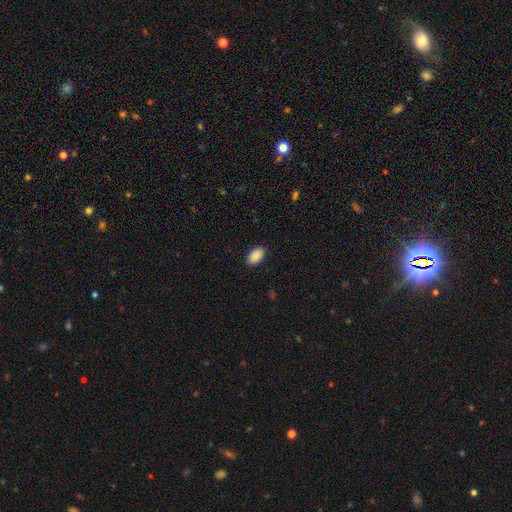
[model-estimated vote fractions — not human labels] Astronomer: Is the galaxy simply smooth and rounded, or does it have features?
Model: smooth — 91%.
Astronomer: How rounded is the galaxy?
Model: in between — 94%.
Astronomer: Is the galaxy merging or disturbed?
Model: none — 89%.